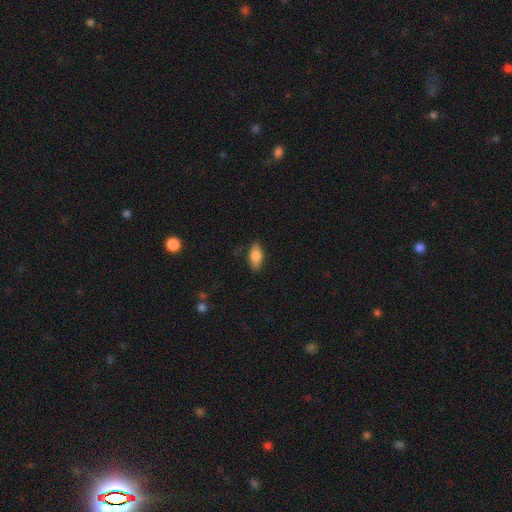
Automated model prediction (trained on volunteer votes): Smooth or featured? Predicted: smooth (p=0.81). How rounded? Predicted: in between (p=0.86). Merging? Predicted: none (p=0.83).